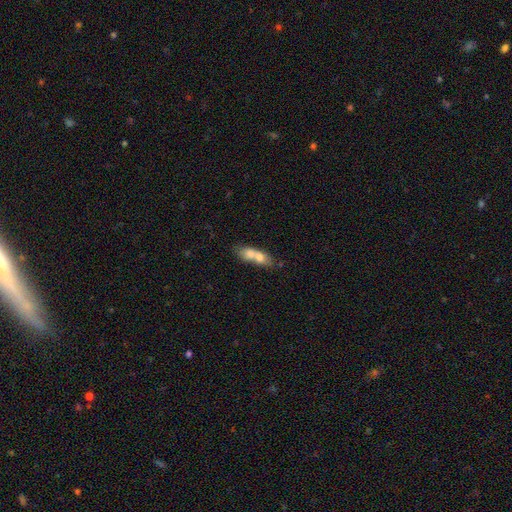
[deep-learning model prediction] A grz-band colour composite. It shows a smooth galaxy with no disk features (66%) that is in between round and cigar-shaped (64%). Merging: merger (63%).